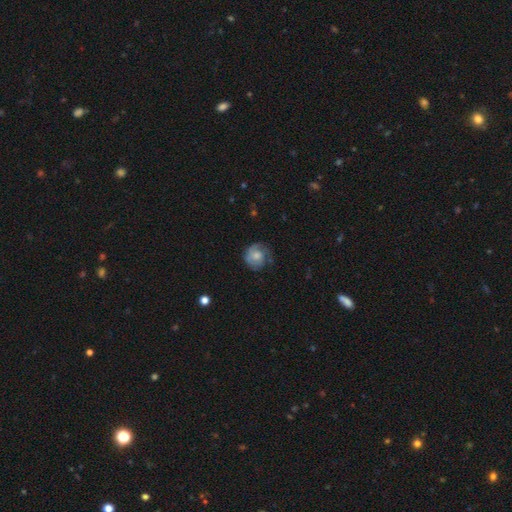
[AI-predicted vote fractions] Overall: smooth (49%; featured or disk 43%). Merging: none (60%; minor disturbance 26%).